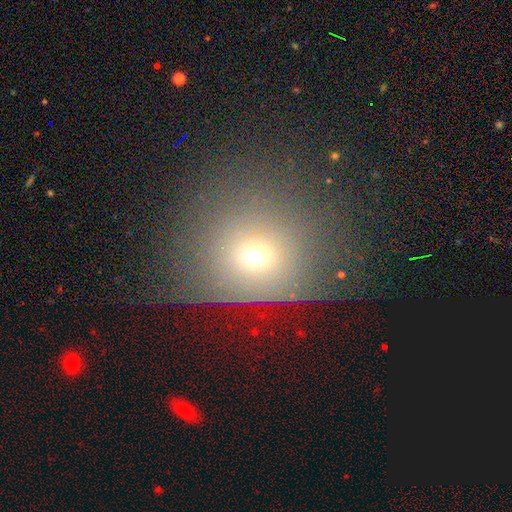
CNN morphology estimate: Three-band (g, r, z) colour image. It shows a smooth galaxy with no disk features (61%) that is round (78%). Merging: none (56%).